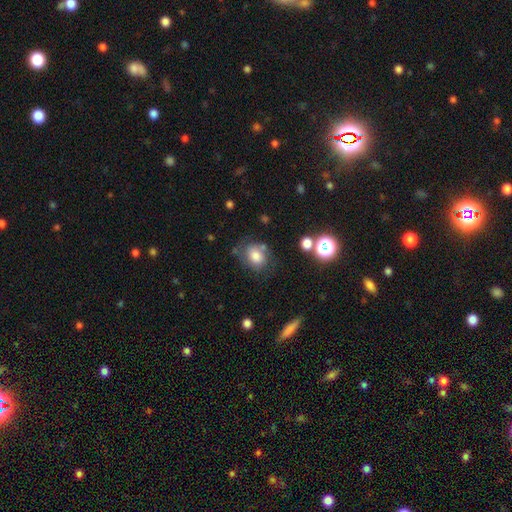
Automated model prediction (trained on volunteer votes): Overall: smooth (74%). How rounded: in between (53%; round 46%). Merging: none (62%; minor disturbance 22%).